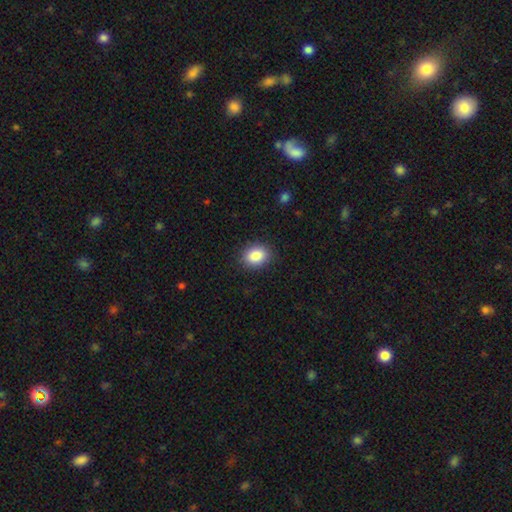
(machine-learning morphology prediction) The model was most divided on "how rounded": in between: 63%, round: 36%, cigar-shaped: 1%. More confident: merging — none (88%); smooth or featured — smooth (87%).